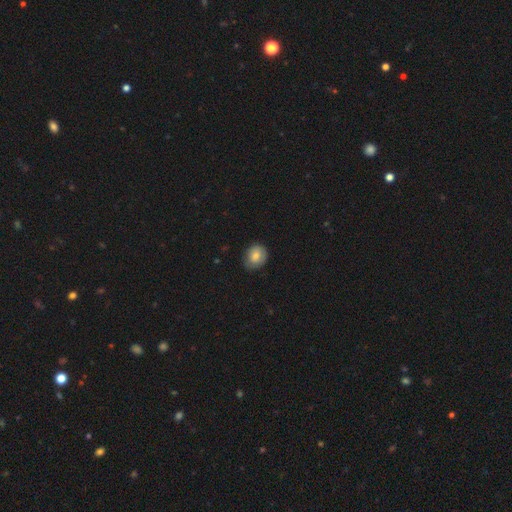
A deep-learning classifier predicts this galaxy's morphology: Smooth or featured: smooth — 78% (featured or disk — 14%)
How rounded: round — 63% (in between — 36%)
Merging: none — 77% (minor disturbance — 19%)